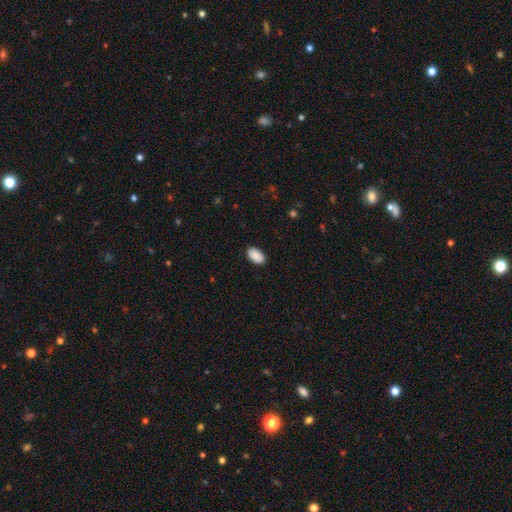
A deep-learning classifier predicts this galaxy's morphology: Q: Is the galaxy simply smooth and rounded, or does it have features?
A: smooth — 91%.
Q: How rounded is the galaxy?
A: in between — 95%.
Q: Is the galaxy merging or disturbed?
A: none — 89%.